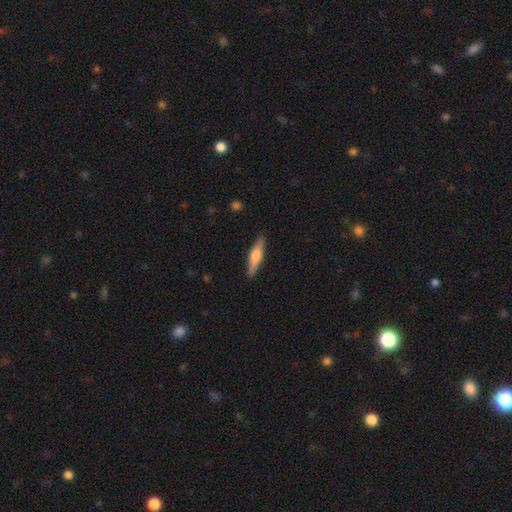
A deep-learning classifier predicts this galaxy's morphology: Q: Smooth or featured?
A: smooth (56%); runner-up: featured or disk (38%)
Q: How rounded?
A: cigar-shaped (77%); runner-up: in between (21%)
Q: Merging?
A: none (89%); runner-up: minor disturbance (8%)